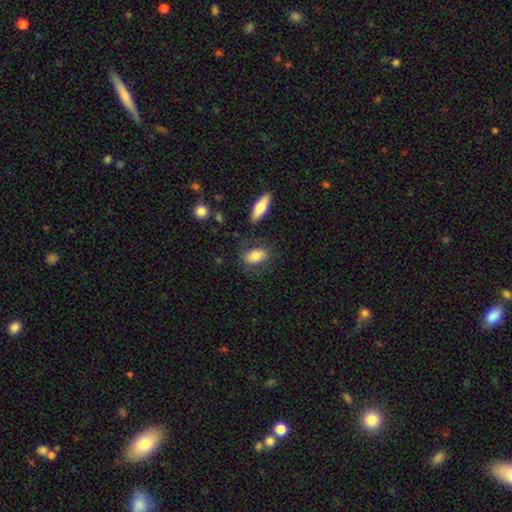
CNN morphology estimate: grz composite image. It shows a smooth galaxy with no disk features (76%) that is in between round and cigar-shaped (86%). Merging: none (72%).